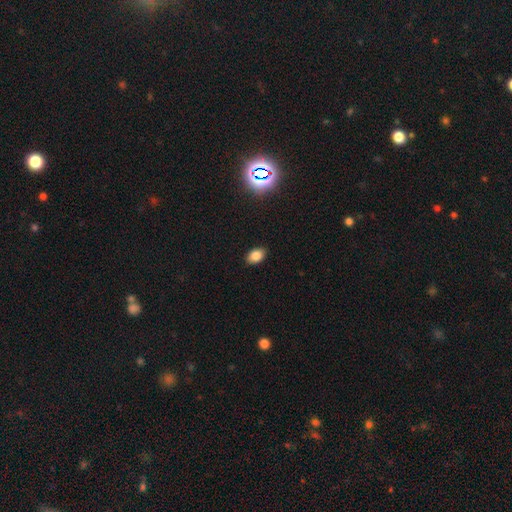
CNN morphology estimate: This is clearly a smooth galaxy (83%). How rounded: clearly in between (85%). Merging: clearly none (89%).